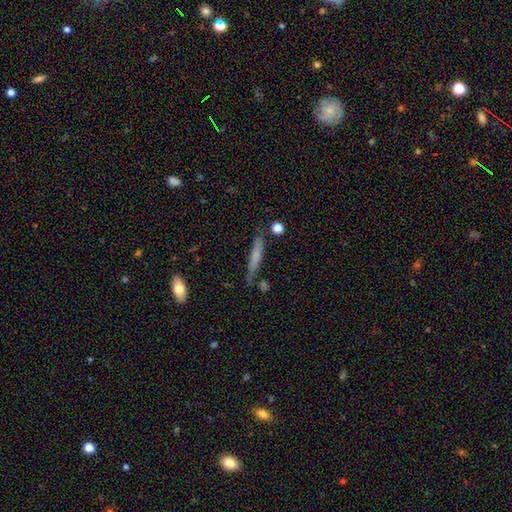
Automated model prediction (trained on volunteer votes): smooth-or-featured: smooth: 55% | featured or disk: 38% | star or artifact: 8%
  how-rounded: cigar-shaped: 91% | in between: 7% | round: 2%
  merging: none: 71% | minor disturbance: 19% | major disturbance: 5% | merger: 5%